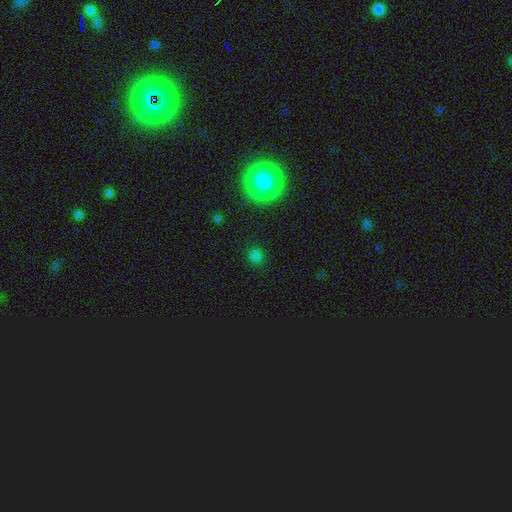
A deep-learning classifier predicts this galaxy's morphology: Smooth or featured: smooth — 69% (star or artifact — 26%)
How rounded: round — 89% (in between — 10%)
Merging: none — 87% (minor disturbance — 8%)